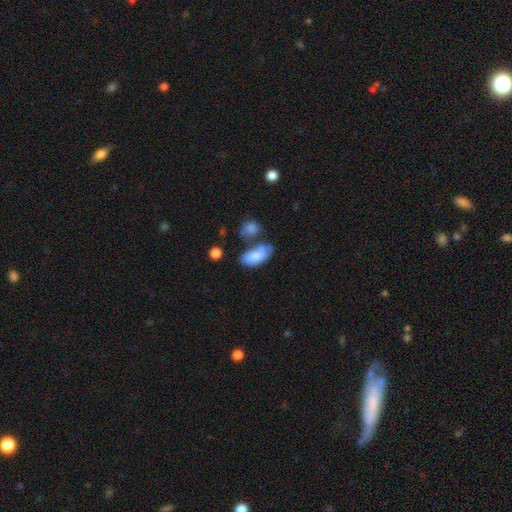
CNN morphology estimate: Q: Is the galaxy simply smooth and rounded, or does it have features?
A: smooth — 79%.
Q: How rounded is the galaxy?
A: in between — 93%.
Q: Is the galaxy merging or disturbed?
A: none — 37%.